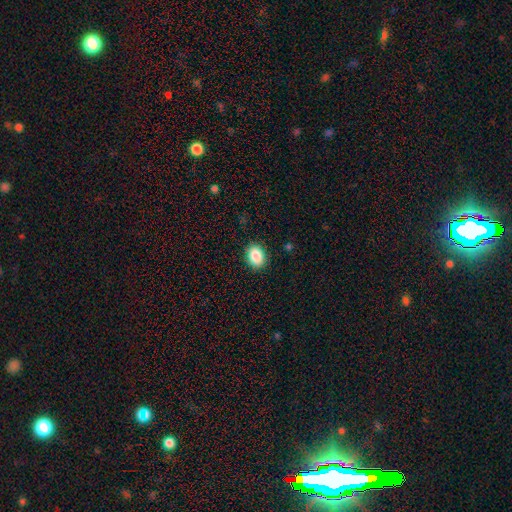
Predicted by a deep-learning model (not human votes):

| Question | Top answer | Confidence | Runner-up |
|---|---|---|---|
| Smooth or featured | smooth | 88% | star or artifact (8%) |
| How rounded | in between | 70% | round (29%) |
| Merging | none | 88% | minor disturbance (9%) |